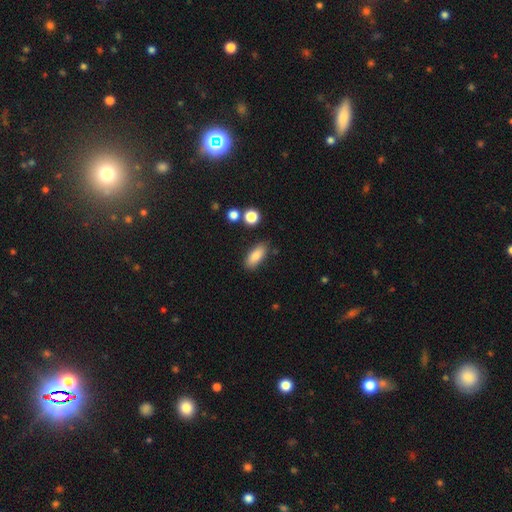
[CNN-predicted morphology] type=smooth (85%); roundness=in between (81%); merging=none (82%).